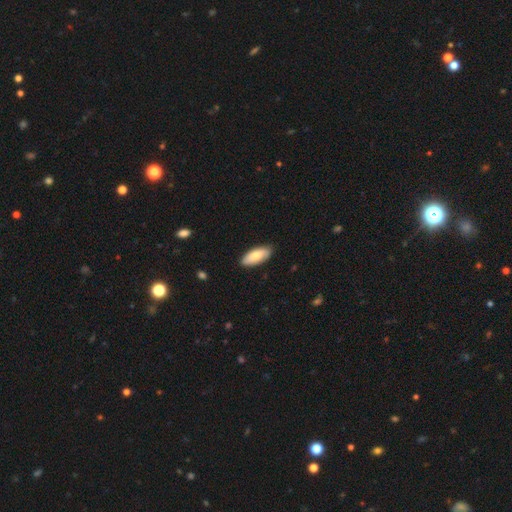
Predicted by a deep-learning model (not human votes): This is likely a smooth galaxy (78%). How rounded: clearly in between (81%). Merging: clearly none (87%).